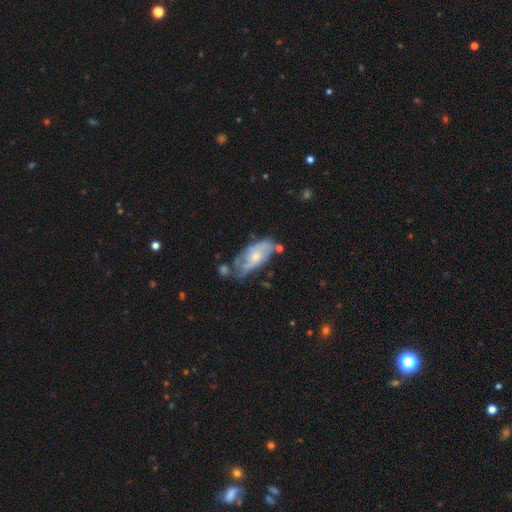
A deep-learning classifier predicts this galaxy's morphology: This appears to be a featured or disk galaxy (63%) with no bar (71%), spiral arms (71%) and a moderate central bulge (55%). Merging: none (47%).